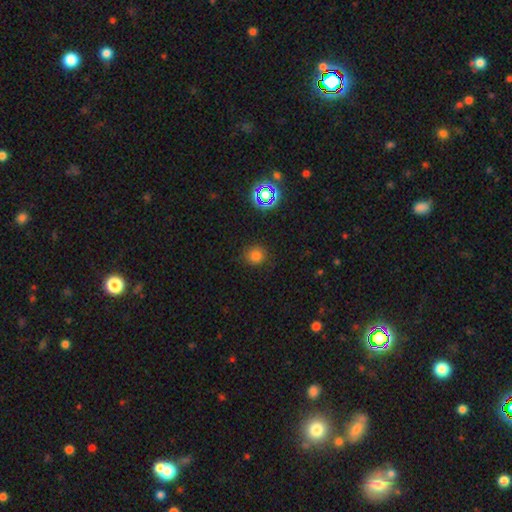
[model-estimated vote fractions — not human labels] smooth 76%, star or artifact 19%, featured or disk 5%. Down the decision tree: how rounded — round (89%); merging — none (84%).